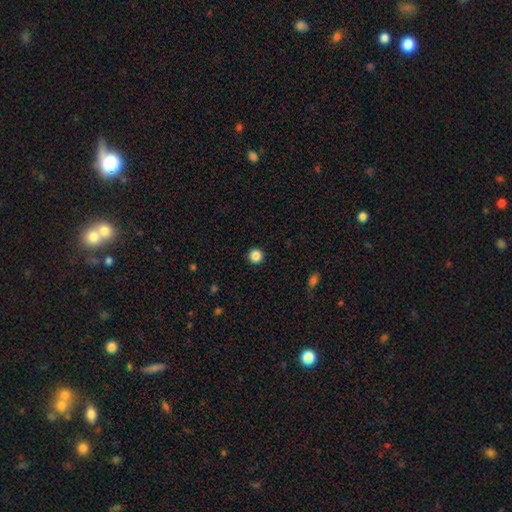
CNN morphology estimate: Q: Smooth or featured?
A: smooth (86%); runner-up: star or artifact (10%)
Q: How rounded?
A: round (96%); runner-up: in between (3%)
Q: Merging?
A: none (93%); runner-up: minor disturbance (4%)